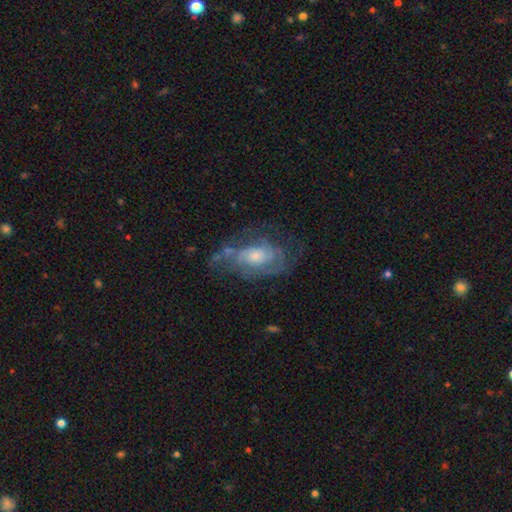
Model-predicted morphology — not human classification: This is likely a featured or disk galaxy (74%). It is clearly not viewed edge-on (95%). Bar: likely no (70%). Spiral arm pattern: likely yes (79%). Spiral arm count: marginally can't tell (43%). Spiral winding: marginally tight (44%). Central bulge: possibly moderate (46%). Merging: possibly none (53%).